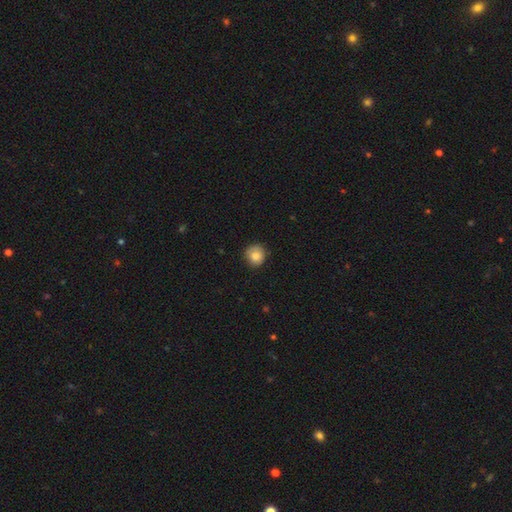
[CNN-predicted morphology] A smooth galaxy with no disk features (84%) that is round (86%). Merging: none (77%).